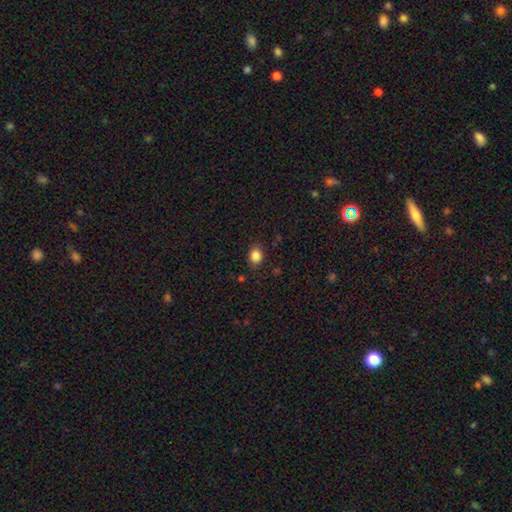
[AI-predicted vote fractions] Morphology: type=smooth (85%); roundness=round (53%); merging=none (83%).